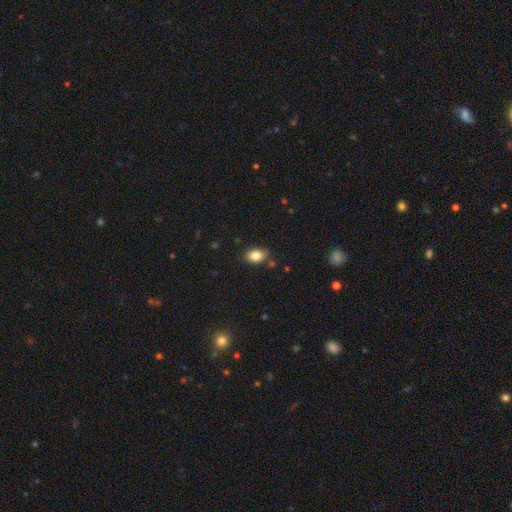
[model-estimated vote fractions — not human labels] Smooth or featured? smooth (84%)
How rounded? in between (76%)
Merging? none (80%)